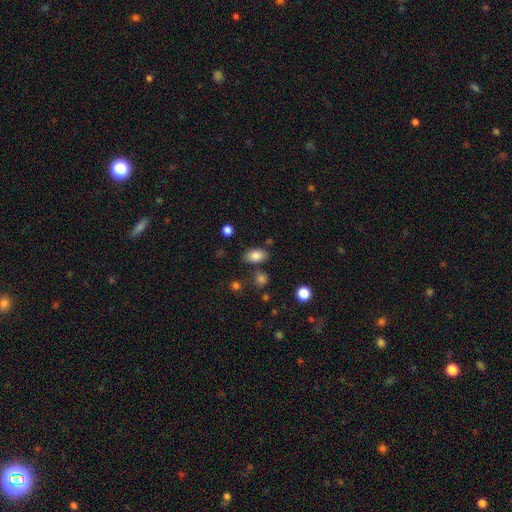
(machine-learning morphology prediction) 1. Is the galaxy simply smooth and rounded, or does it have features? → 83% smooth, 9% star or artifact, 7% featured or disk.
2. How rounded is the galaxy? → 87% in between, 11% round, 2% cigar-shaped.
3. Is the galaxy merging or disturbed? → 78% none, 13% minor disturbance, 5% merger, 4% major disturbance.